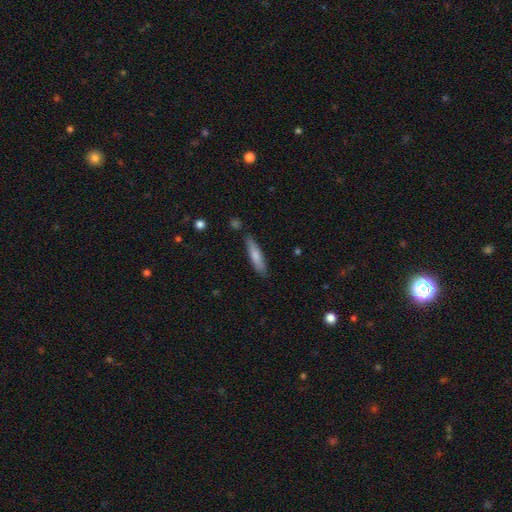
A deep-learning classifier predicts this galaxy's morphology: A smooth galaxy with no disk features (73%) that is cigar-shaped (79%).

Vote fractions:
- Smooth or featured? smooth: 73% / featured or disk: 21% / star or artifact: 5%
- How rounded? cigar-shaped: 79% / in between: 20% / round: 1%
- Merging? none: 80% / minor disturbance: 15% / merger: 3% / major disturbance: 3%